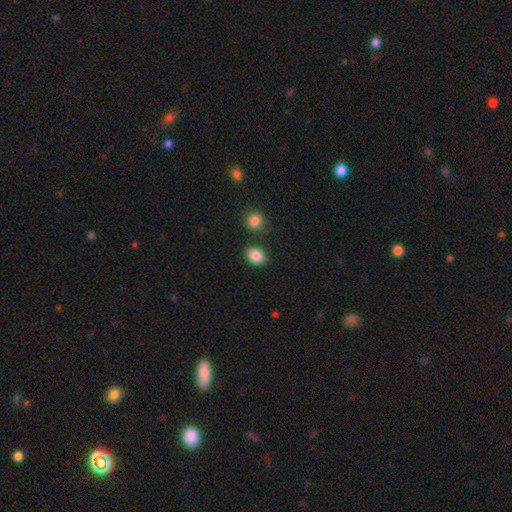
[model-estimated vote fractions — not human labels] smooth-or-featured: smooth: 88% | star or artifact: 8% | featured or disk: 4%
  how-rounded: in between: 59% | round: 40% | cigar-shaped: 1%
  merging: none: 83% | minor disturbance: 9% | merger: 6% | major disturbance: 3%